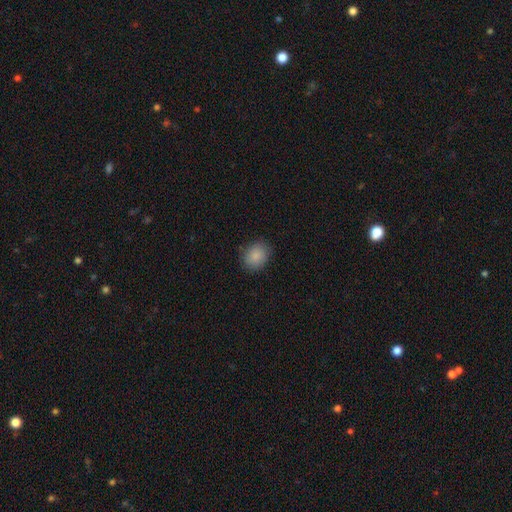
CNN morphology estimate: This is clearly a smooth galaxy (88%). How rounded: likely round (60%). Merging: clearly none (84%).